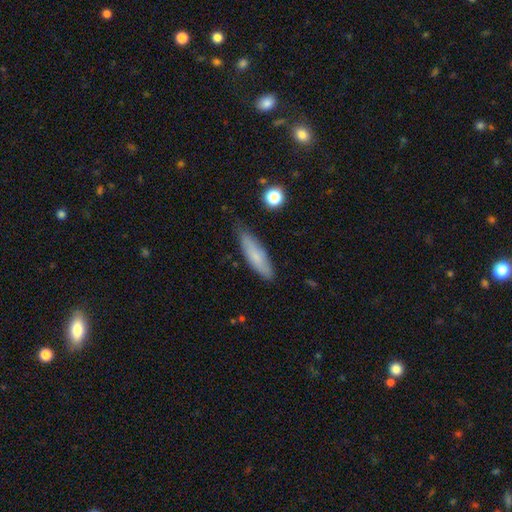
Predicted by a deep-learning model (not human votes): A smooth galaxy with no disk features (73%) that is cigar-shaped (64%). Merging: none (74%).